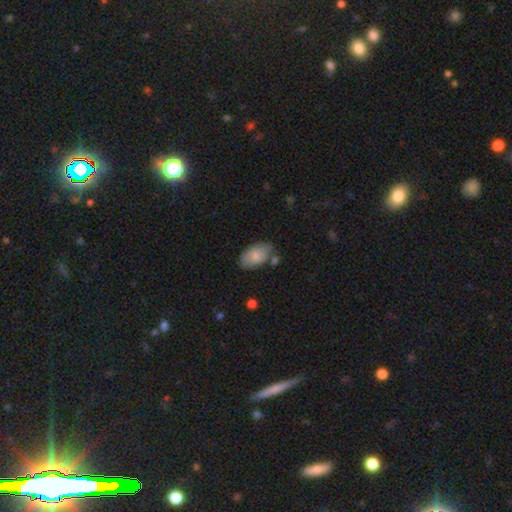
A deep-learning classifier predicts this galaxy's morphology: type=smooth (77%); roundness=in between (94%); merging=none (67%).